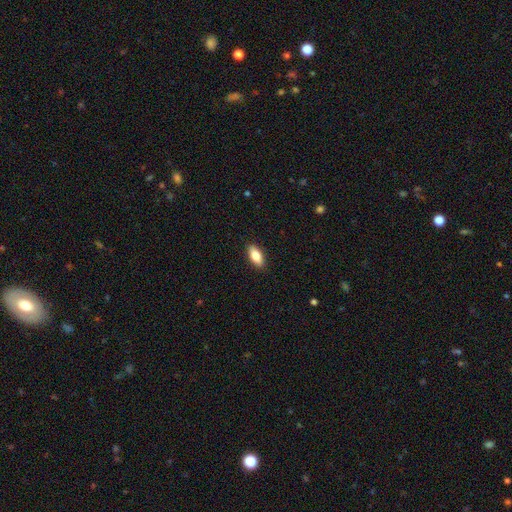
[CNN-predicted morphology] smooth_or_featured: smooth (p=0.80) [alt: featured or disk p=0.13]
how_rounded: in between (p=0.85) [alt: cigar-shaped p=0.12]
merging: none (p=0.90) [alt: minor disturbance p=0.08]